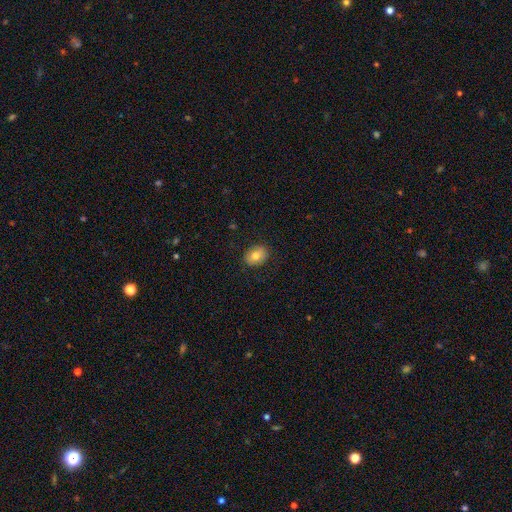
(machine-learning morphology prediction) Smooth or featured: smooth — 78% (featured or disk — 14%)
How rounded: in between — 70% (round — 28%)
Merging: none — 87% (minor disturbance — 9%)